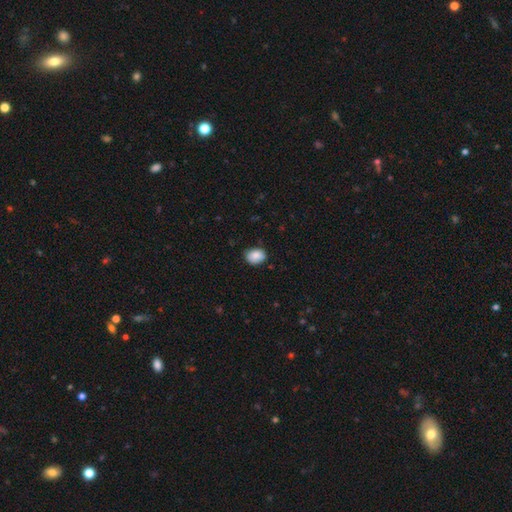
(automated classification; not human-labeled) Overall: smooth (85%). How rounded: in between (64%; round 35%). Merging: none (78%).